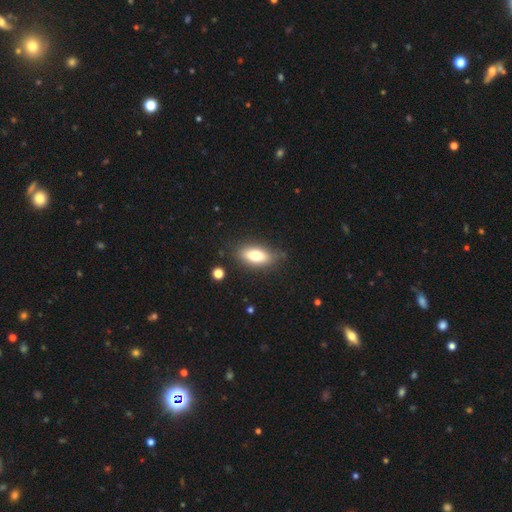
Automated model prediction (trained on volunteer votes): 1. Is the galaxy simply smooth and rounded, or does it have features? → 74% smooth, 18% featured or disk, 8% star or artifact.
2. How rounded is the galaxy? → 83% in between, 13% cigar-shaped, 4% round.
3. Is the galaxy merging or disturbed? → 79% none, 15% minor disturbance, 4% major disturbance, 2% merger.